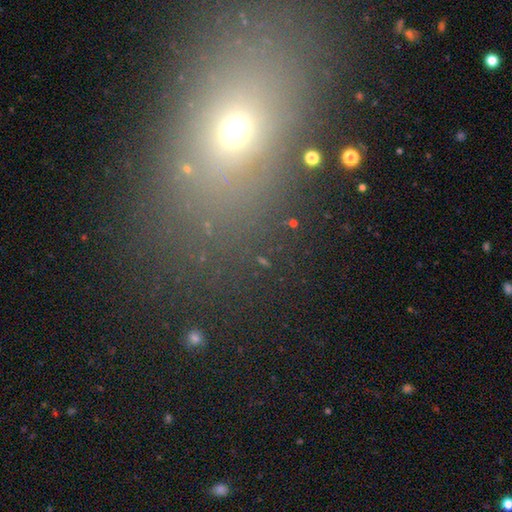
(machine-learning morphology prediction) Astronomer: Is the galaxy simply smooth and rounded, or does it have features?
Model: smooth — 55% (runner-up: star or artifact, 31%).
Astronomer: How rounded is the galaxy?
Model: in between — 65%.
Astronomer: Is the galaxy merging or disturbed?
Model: none — 82%.